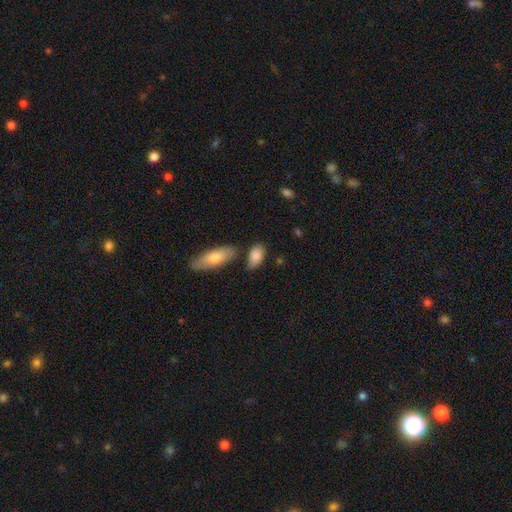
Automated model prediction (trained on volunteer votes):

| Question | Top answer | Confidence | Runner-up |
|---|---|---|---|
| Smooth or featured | smooth | 85% | featured or disk (8%) |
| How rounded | in between | 90% | round (5%) |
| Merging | none | 62% | minor disturbance (20%) |